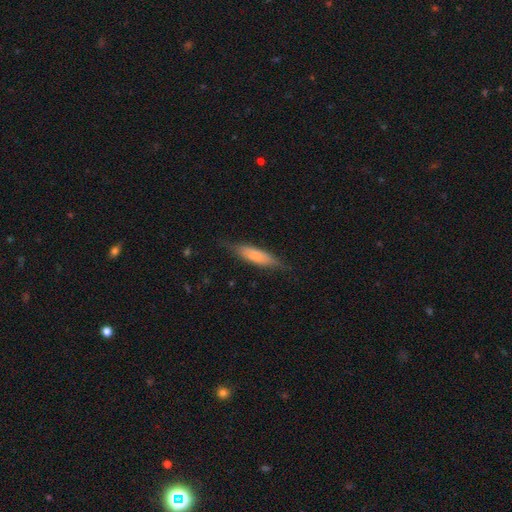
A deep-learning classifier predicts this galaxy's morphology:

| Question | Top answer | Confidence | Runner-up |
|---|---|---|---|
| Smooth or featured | smooth | 70% | featured or disk (24%) |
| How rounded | cigar-shaped | 68% | in between (30%) |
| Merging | none | 76% | minor disturbance (19%) |